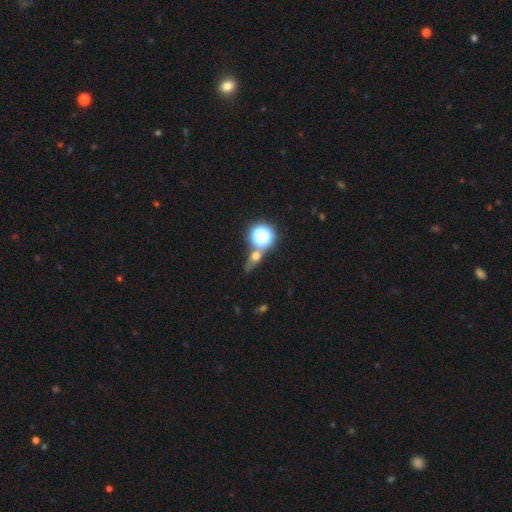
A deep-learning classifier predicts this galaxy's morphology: A smooth galaxy with no disk features (50%). Merging: none (60%).